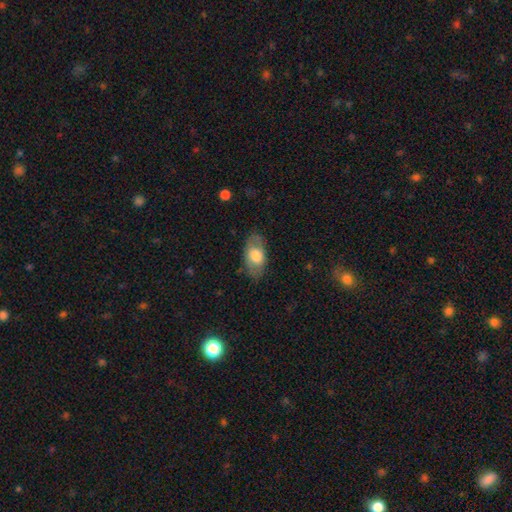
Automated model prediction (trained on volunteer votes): A smooth galaxy with no disk features (68%) that is in between round and cigar-shaped (92%). Merging: none (76%).